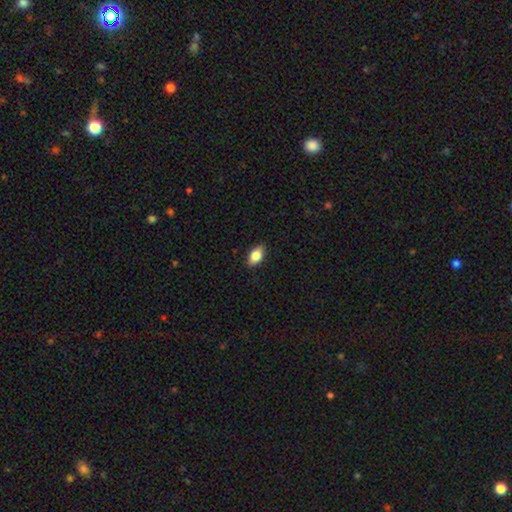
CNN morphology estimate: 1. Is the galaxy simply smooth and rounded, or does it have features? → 79% smooth, 13% featured or disk, 8% star or artifact.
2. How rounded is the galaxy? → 89% in between, 6% round, 5% cigar-shaped.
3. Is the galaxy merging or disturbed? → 87% none, 10% minor disturbance, 2% major disturbance, 1% merger.